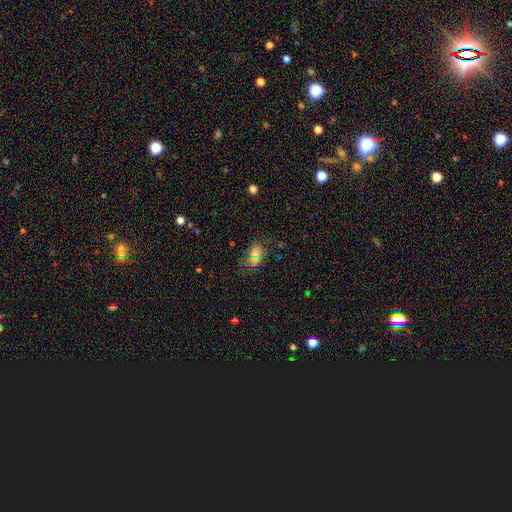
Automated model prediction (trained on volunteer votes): Overall: smooth (59%; star or artifact 26%). How rounded: in between (78%). Merging: none (60%).